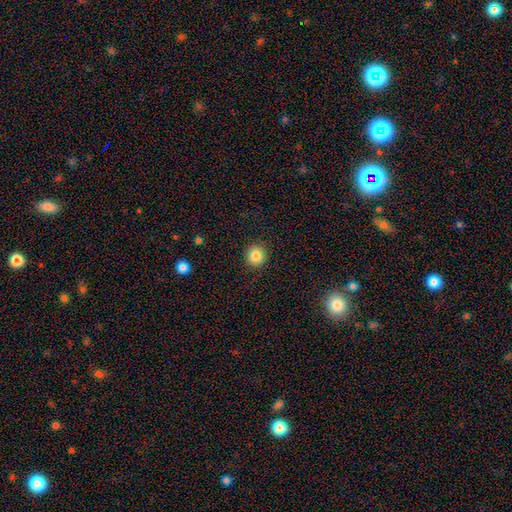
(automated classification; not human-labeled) smooth 85%, star or artifact 10%, featured or disk 5%. Down the decision tree: how rounded — round (90%); merging — none (90%).